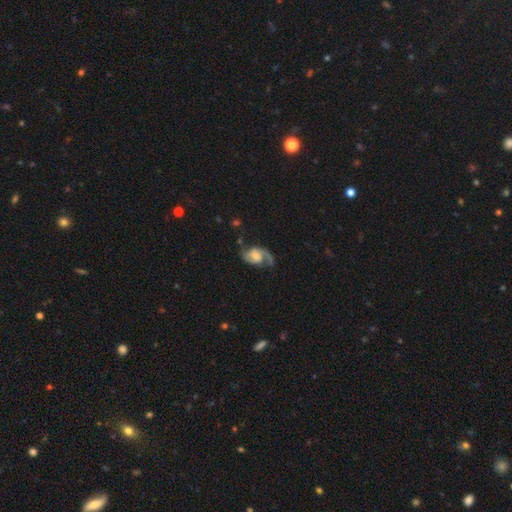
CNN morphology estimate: The model was most divided on "bulge size": moderate: 40%, small: 33%, large: 13%, none: 12%, dominant: 2%. Remaining: edge-on disk — no (97%); spiral arms — yes (94%); smooth or featured — featured or disk (80%); spiral arm count — 2 (76%); merging — none (55%); bar — no (50%); spiral winding — medium (46%).